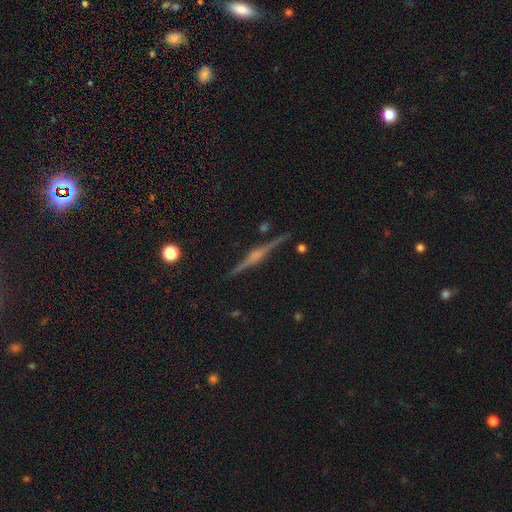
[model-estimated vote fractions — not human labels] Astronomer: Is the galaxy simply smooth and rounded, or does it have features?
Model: featured or disk — 86%.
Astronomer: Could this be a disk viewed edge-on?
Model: yes — 98%.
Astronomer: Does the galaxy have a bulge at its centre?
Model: rounded — 78%.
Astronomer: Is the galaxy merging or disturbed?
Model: none — 91%.